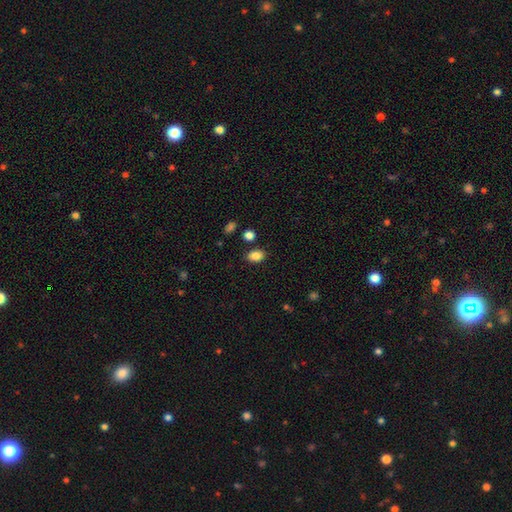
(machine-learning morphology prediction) type=smooth (87%); roundness=in between (81%); merging=none (83%).